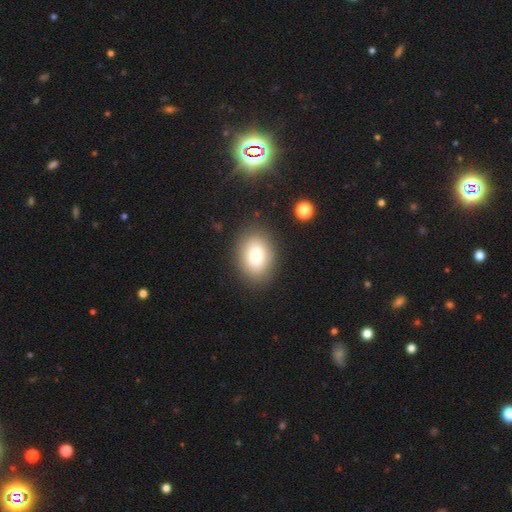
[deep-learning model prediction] smooth-or-featured: smooth: 78% | featured or disk: 13% | star or artifact: 10%
  how-rounded: in between: 75% | round: 24% | cigar-shaped: 1%
  merging: none: 85% | minor disturbance: 10% | major disturbance: 3% | merger: 2%